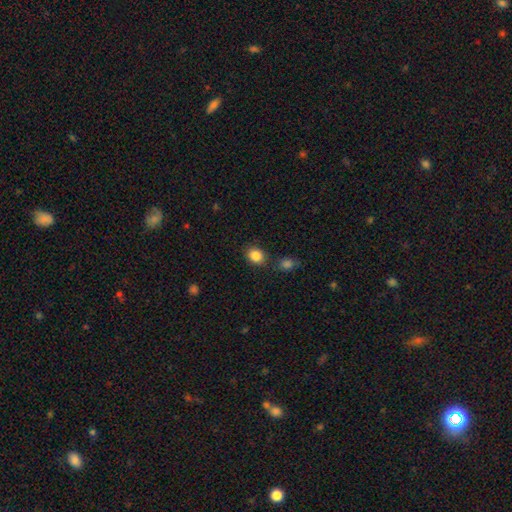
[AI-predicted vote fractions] Smooth or featured?
  - smooth: 86% *
  - star or artifact: 10%
  - featured or disk: 5%
How rounded?
  - round: 55% *
  - in between: 44%
  - cigar-shaped: 1%
Merging?
  - none: 80% *
  - minor disturbance: 10%
  - merger: 7%
  - major disturbance: 3%